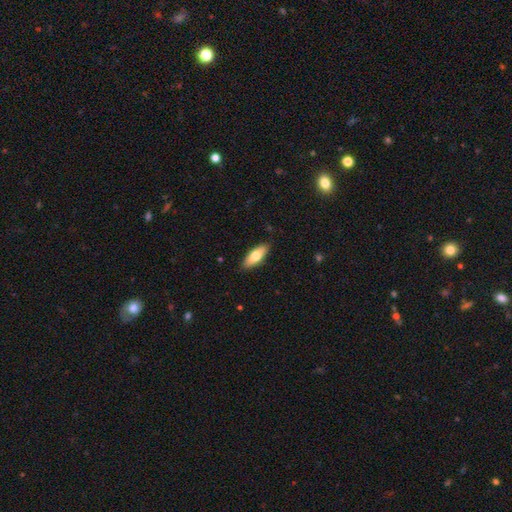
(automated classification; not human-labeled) smooth_or_featured: smooth (p=0.68) [alt: featured or disk p=0.26]
how_rounded: in between (p=0.73) [alt: cigar-shaped p=0.25]
merging: none (p=0.88) [alt: minor disturbance p=0.09]